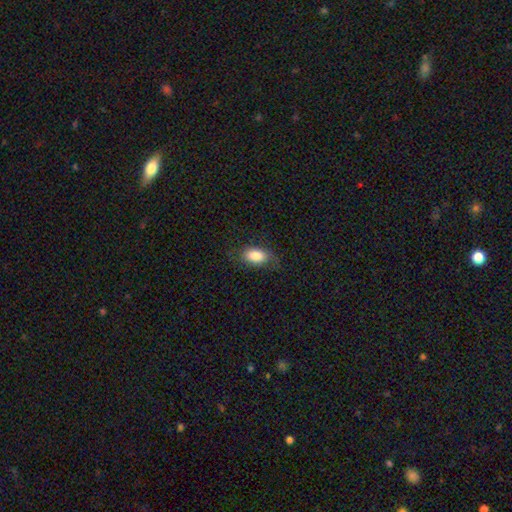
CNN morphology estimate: Smooth or featured: smooth — 82% (featured or disk — 11%)
How rounded: in between — 91% (round — 7%)
Merging: none — 71% (minor disturbance — 20%)